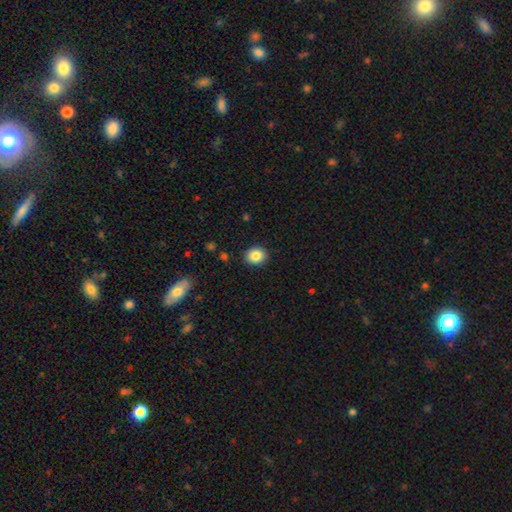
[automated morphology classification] Smooth or featured?
  - smooth: 85% *
  - star or artifact: 9%
  - featured or disk: 6%
How rounded?
  - round: 66% *
  - in between: 34%
  - cigar-shaped: 1%
Merging?
  - none: 90% *
  - minor disturbance: 7%
  - major disturbance: 2%
  - merger: 1%